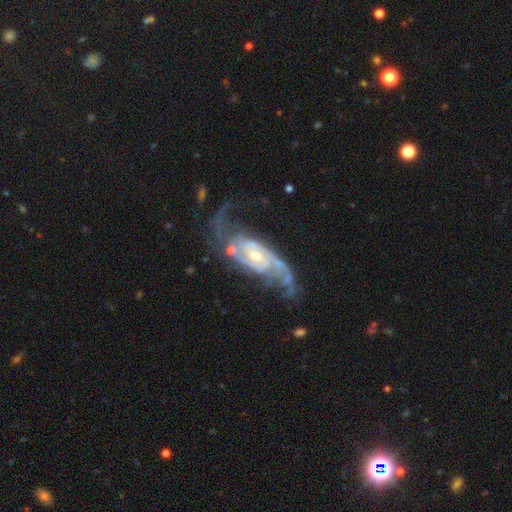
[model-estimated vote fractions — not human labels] Smooth or featured: featured or disk — 90% (star or artifact — 5%)
Edge-on disk: no — 94% (yes — 6%)
Bar: no — 51% (weak — 37%)
Spiral arms: yes — 97% (no — 3%)
Spiral winding: medium — 46% (tight — 27%)
Spiral arm count: 2 — 69% (can't tell — 10%)
Bulge size: small — 48% (moderate — 46%)
Merging: none — 57% (major disturbance — 20%)